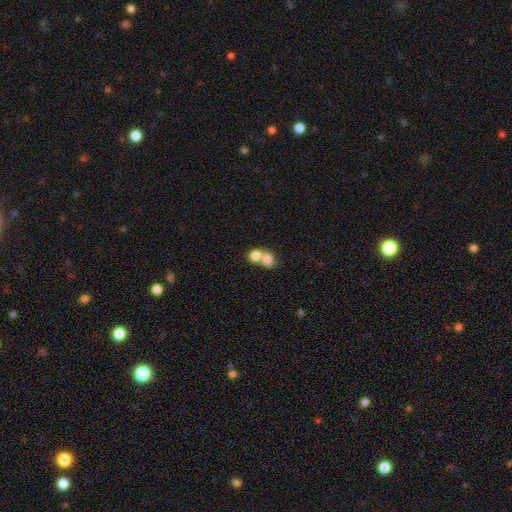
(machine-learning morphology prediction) Smooth or featured?
  - smooth: 78% *
  - featured or disk: 13%
  - star or artifact: 9%
How rounded?
  - round: 63% *
  - in between: 36%
  - cigar-shaped: 1%
Merging?
  - merger: 71% *
  - none: 22%
  - minor disturbance: 5%
  - major disturbance: 3%